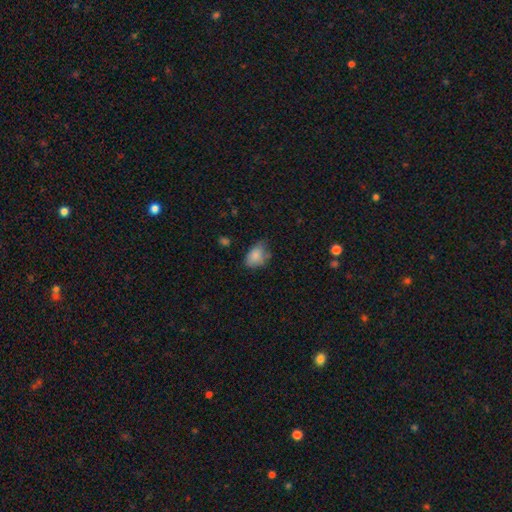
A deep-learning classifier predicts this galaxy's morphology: This appears to be a smooth galaxy with no disk features (83%) that is in between round and cigar-shaped (80%). Merging: none (51%).